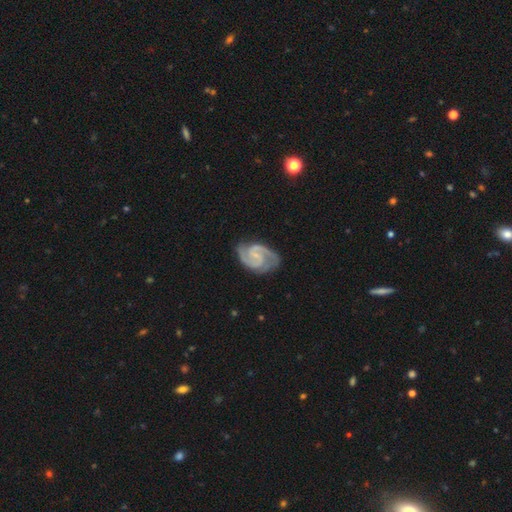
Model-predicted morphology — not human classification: The model was most divided on "bar": weak: 47%, no: 39%, strong: 14%. More confident: spiral arms — yes (98%); edge-on disk — no (98%); spiral arm count — 2 (93%); smooth or featured — featured or disk (93%); merging — none (78%); bulge size — small (62%); spiral winding — medium (54%).